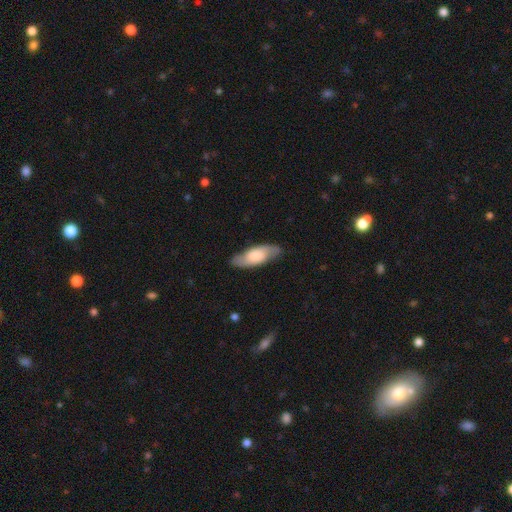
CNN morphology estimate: smooth_or_featured: smooth (p=0.52) [alt: featured or disk p=0.43]
how_rounded: in between (p=0.68) [alt: cigar-shaped p=0.30]
merging: none (p=0.83) [alt: minor disturbance p=0.13]